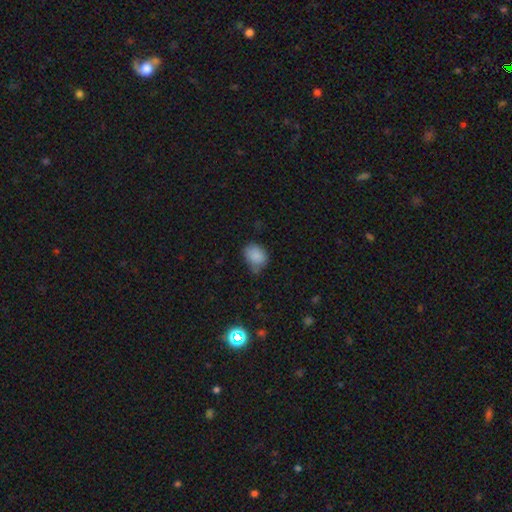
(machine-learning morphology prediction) type=smooth (85%); roundness=in between (60%); merging=none (54%).